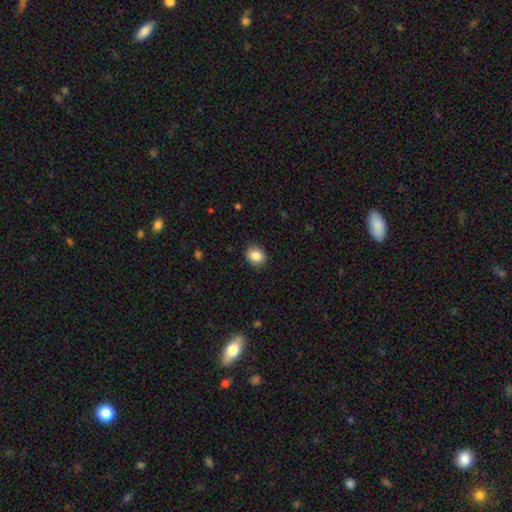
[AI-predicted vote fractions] Smooth or featured?
  - smooth: 85% *
  - star or artifact: 9%
  - featured or disk: 5%
How rounded?
  - round: 72% *
  - in between: 28%
  - cigar-shaped: 1%
Merging?
  - none: 89% *
  - minor disturbance: 8%
  - major disturbance: 2%
  - merger: 1%